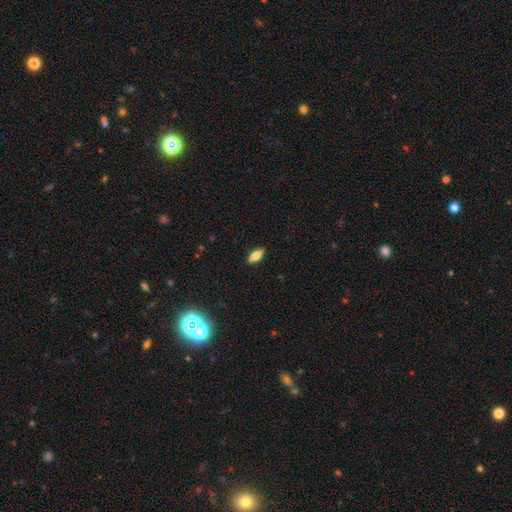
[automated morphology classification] Smooth or featured?
  - smooth: 64% *
  - featured or disk: 28%
  - star or artifact: 8%
How rounded?
  - in between: 75% *
  - cigar-shaped: 22%
  - round: 3%
Merging?
  - none: 89% *
  - minor disturbance: 8%
  - major disturbance: 2%
  - merger: 1%